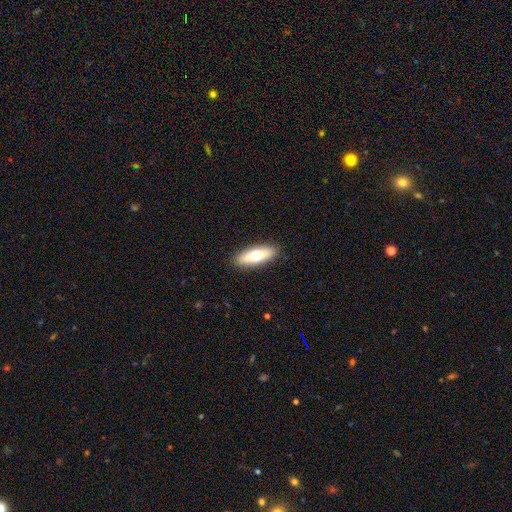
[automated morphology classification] Smooth or featured? Predicted: smooth (p=0.66). How rounded? Predicted: in between (p=0.58). Merging? Predicted: none (p=0.90).